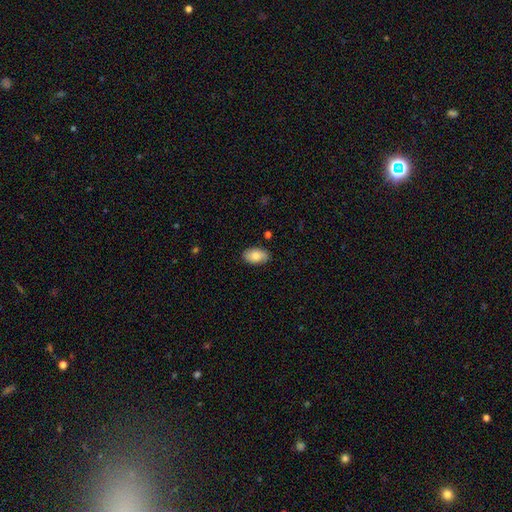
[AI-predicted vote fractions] Q: Smooth or featured?
A: smooth (83%); runner-up: featured or disk (11%)
Q: How rounded?
A: in between (93%); runner-up: round (6%)
Q: Merging?
A: none (84%); runner-up: minor disturbance (12%)